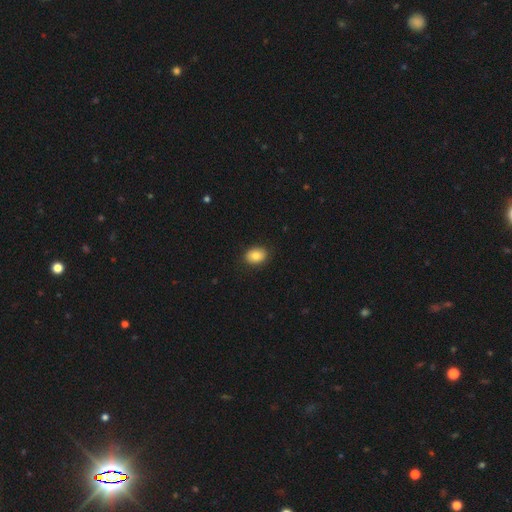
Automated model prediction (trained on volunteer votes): A smooth galaxy with no disk features (83%) that is in between round and cigar-shaped (72%).

Vote fractions:
- Smooth or featured? smooth: 83% / featured or disk: 9% / star or artifact: 8%
- How rounded? in between: 72% / round: 27% / cigar-shaped: 1%
- Merging? none: 89% / minor disturbance: 8% / major disturbance: 2% / merger: 1%